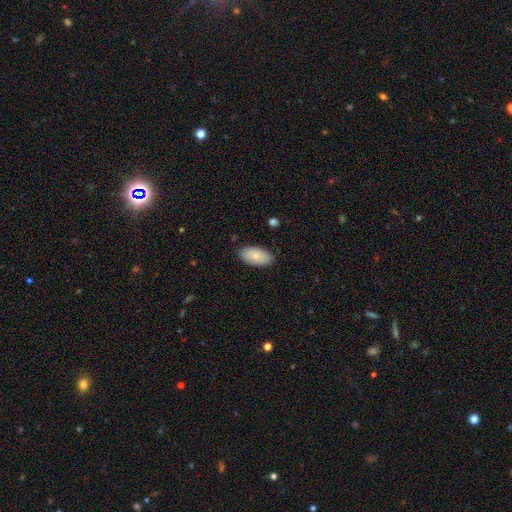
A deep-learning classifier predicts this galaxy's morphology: Smooth or featured? smooth (80%)
How rounded? in between (95%)
Merging? none (85%)